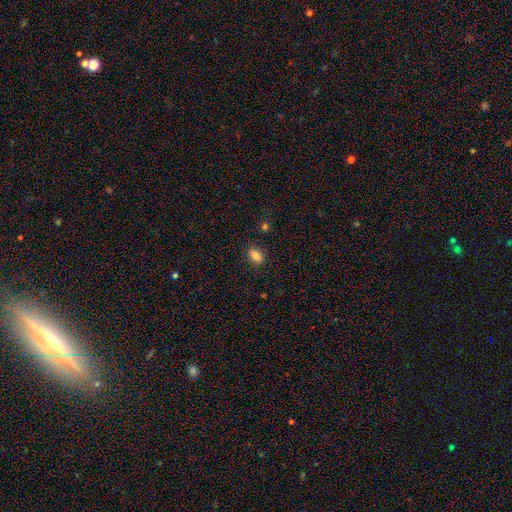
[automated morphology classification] Q: Smooth or featured?
A: smooth (86%); runner-up: star or artifact (10%)
Q: How rounded?
A: in between (76%); runner-up: round (22%)
Q: Merging?
A: none (84%); runner-up: minor disturbance (11%)